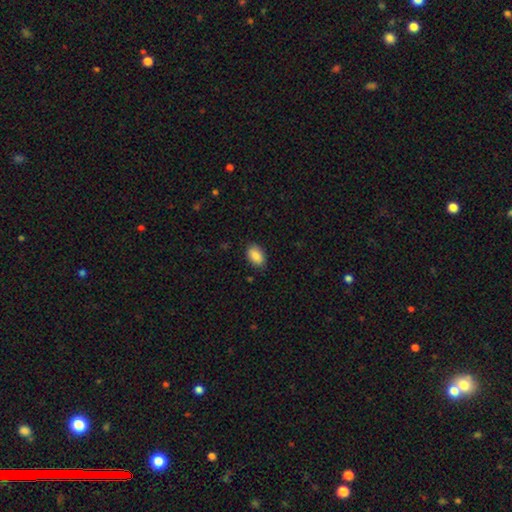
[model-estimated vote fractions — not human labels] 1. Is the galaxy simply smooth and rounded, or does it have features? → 87% smooth, 7% star or artifact, 6% featured or disk.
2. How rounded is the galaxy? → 90% in between, 8% round, 1% cigar-shaped.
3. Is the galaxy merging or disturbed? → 84% none, 12% minor disturbance, 2% major disturbance, 1% merger.